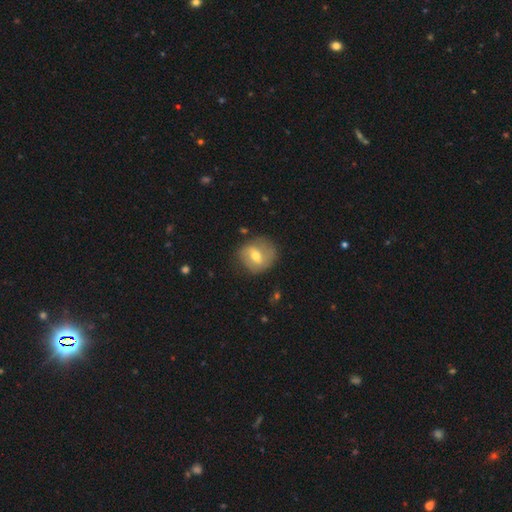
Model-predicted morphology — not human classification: smooth 46% (tied), featured or disk 46% (tied), star or artifact 8%. Down the decision tree: merging — none (72%).